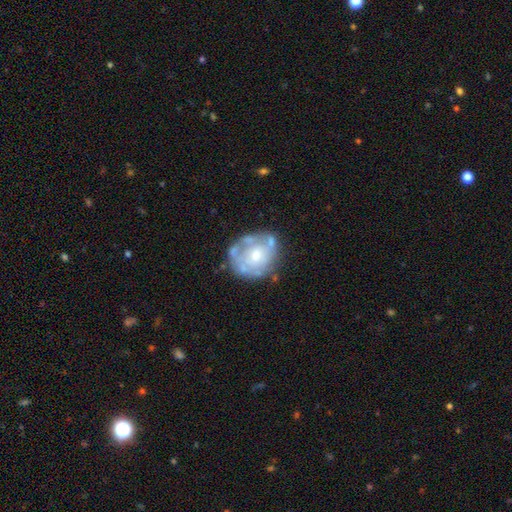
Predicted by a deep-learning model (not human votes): Morphology: type=featured or disk (63%); edge-on=no (97%); bar=no (83%); spiral arms=no (66%); bulge=moderate (55%); merging=none (56%).